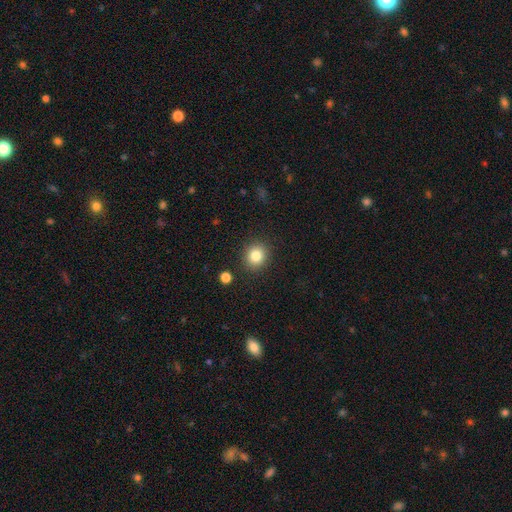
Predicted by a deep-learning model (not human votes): smooth-or-featured: smooth: 83% | star or artifact: 11% | featured or disk: 6%
  how-rounded: round: 82% | in between: 17% | cigar-shaped: 1%
  merging: none: 89% | minor disturbance: 7% | major disturbance: 2% | merger: 2%